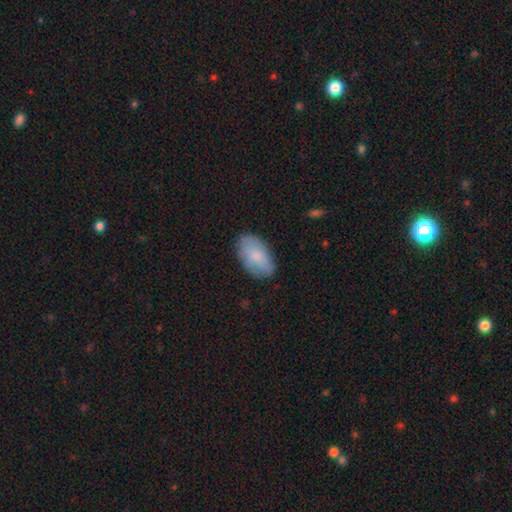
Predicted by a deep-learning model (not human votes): This appears to be a smooth galaxy with no disk features (78%) that is in between round and cigar-shaped (94%). Merging: none (81%).